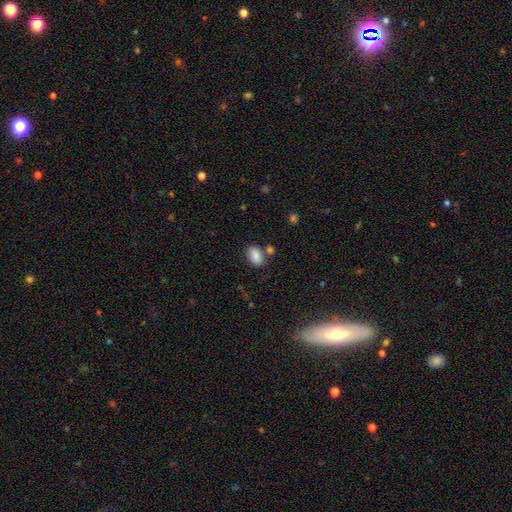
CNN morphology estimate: The model was most divided on "merging": none: 71%, minor disturbance: 13%, merger: 12%, major disturbance: 4%. More confident: smooth or featured — smooth (86%); how rounded — in between (86%).